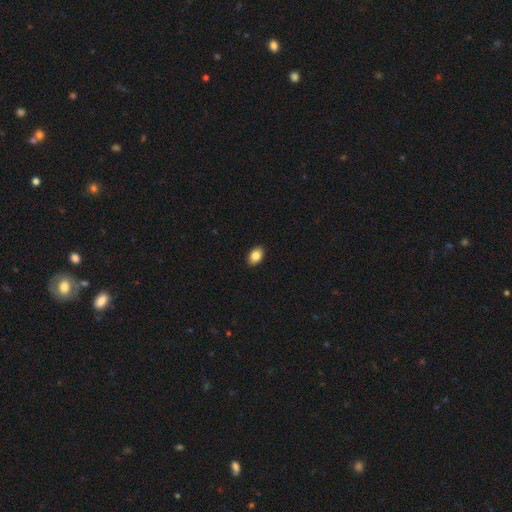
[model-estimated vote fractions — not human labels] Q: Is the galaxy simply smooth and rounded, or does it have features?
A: smooth — 86%.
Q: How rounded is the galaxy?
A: in between — 84%.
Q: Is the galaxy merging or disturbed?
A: none — 91%.